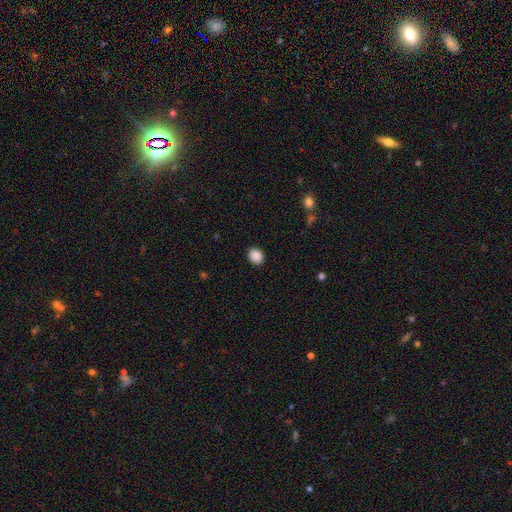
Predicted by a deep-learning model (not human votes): Morphology: type=smooth (89%); roundness=round (66%); merging=none (90%).